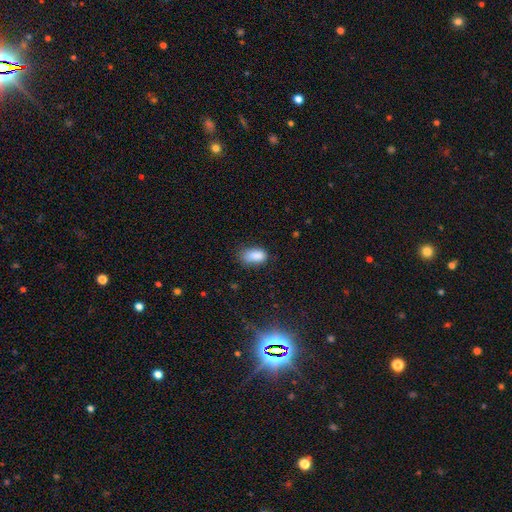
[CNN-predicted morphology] Smooth or featured? Predicted: smooth (p=0.85). How rounded? Predicted: in between (p=0.90). Merging? Predicted: none (p=0.62).